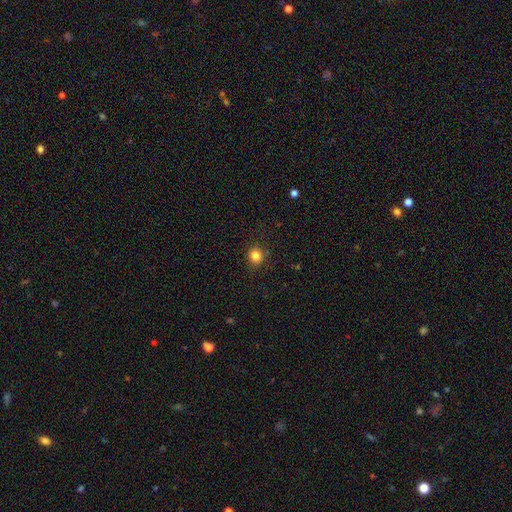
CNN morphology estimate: Smooth or featured: smooth — 83% (star or artifact — 12%)
How rounded: round — 86% (in between — 13%)
Merging: none — 88% (minor disturbance — 8%)